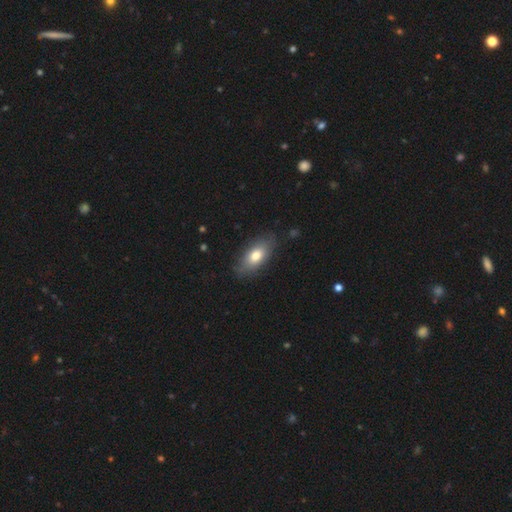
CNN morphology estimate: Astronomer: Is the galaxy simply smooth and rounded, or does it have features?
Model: smooth — 75%.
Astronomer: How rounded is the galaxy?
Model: in between — 87%.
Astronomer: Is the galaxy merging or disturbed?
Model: none — 80%.